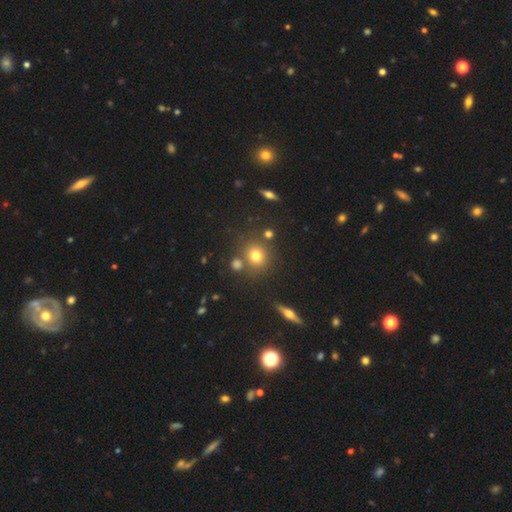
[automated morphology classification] Smooth or featured: smooth — 73% (star or artifact — 16%)
How rounded: round — 85% (in between — 14%)
Merging: none — 75% (merger — 12%)